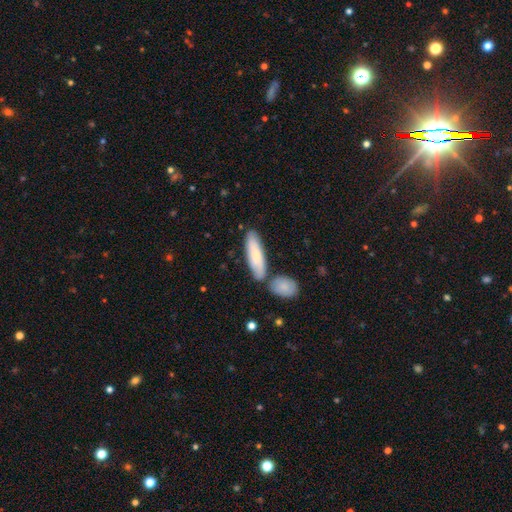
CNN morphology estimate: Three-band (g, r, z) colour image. It shows a smooth galaxy with no disk features (74%) that is cigar-shaped (61%). Merging: none (71%).